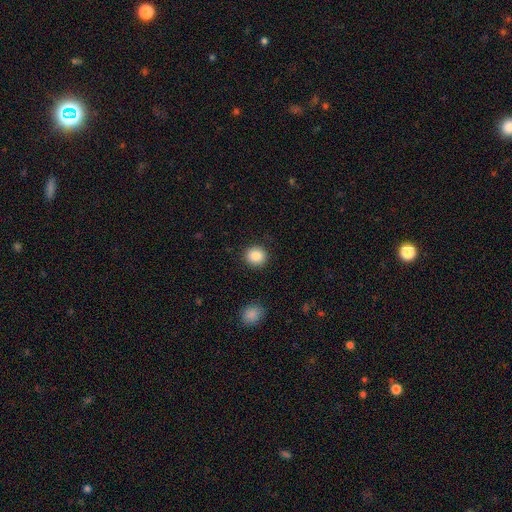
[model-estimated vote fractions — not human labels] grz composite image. It shows a smooth galaxy with no disk features (87%) that is round (87%). Merging: none (90%).